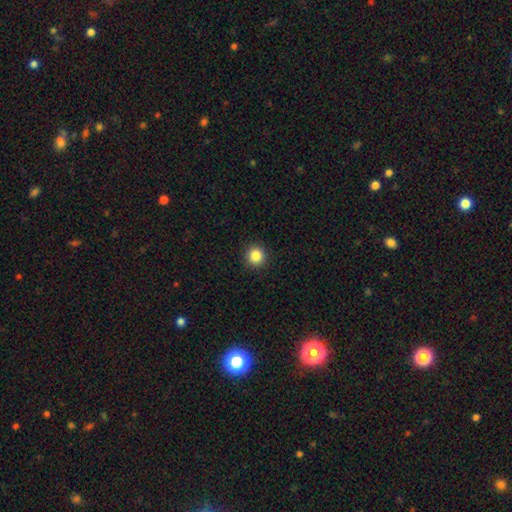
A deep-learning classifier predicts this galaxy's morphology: A smooth galaxy with no disk features (85%) that is round (95%). Merging: none (93%).